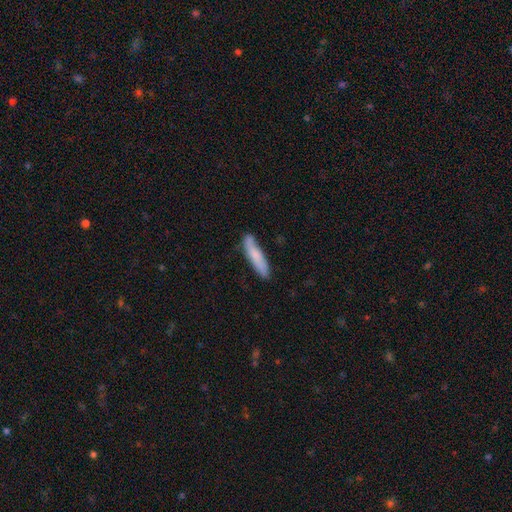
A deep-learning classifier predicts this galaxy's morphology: Overall: smooth (74%). How rounded: cigar-shaped (84%). Merging: none (78%).